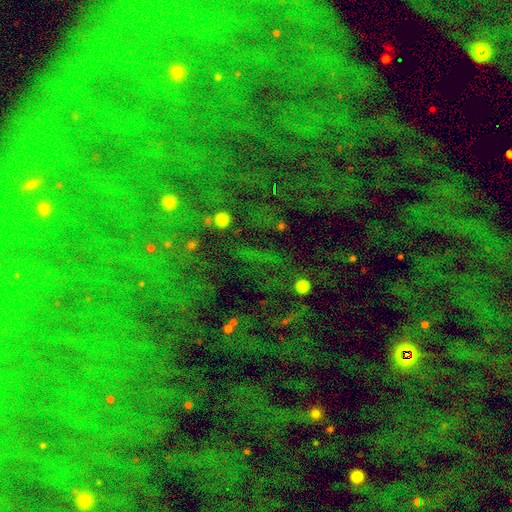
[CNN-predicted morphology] Q: Smooth or featured?
A: star or artifact (75%); runner-up: smooth (15%)